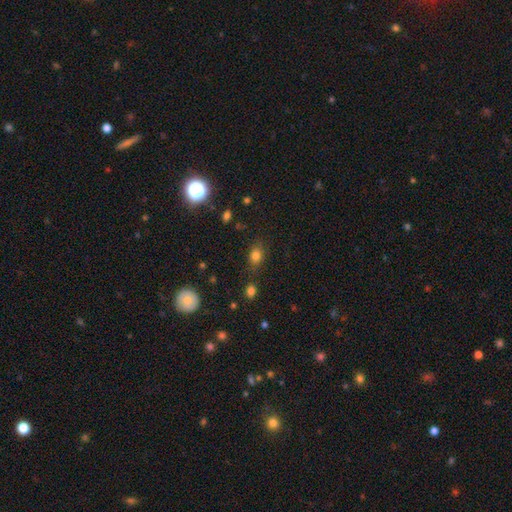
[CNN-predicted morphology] A smooth galaxy with no disk features (79%) that is in between round and cigar-shaped (61%).

Vote fractions:
- Smooth or featured? smooth: 79% / star or artifact: 14% / featured or disk: 7%
- How rounded? in between: 61% / round: 37% / cigar-shaped: 2%
- Merging? none: 77% / minor disturbance: 15% / major disturbance: 4% / merger: 4%